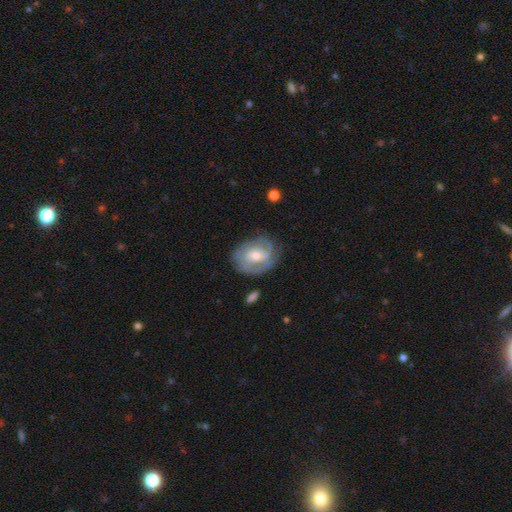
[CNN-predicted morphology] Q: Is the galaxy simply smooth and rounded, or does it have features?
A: featured or disk — 77%.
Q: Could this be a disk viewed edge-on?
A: no — 97%.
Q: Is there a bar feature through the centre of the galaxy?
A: no — 47%.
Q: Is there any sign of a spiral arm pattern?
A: yes — 89%.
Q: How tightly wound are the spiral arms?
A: tight — 54%.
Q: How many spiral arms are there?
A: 2 — 46%.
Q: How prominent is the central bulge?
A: moderate — 51%.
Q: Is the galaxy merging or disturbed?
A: none — 70%.